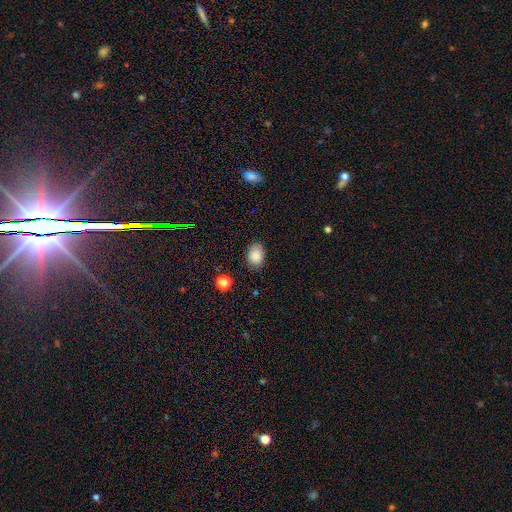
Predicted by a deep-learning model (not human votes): smooth 85%, star or artifact 10%, featured or disk 5%. Down the decision tree: how rounded — in between (70%); merging — none (82%).